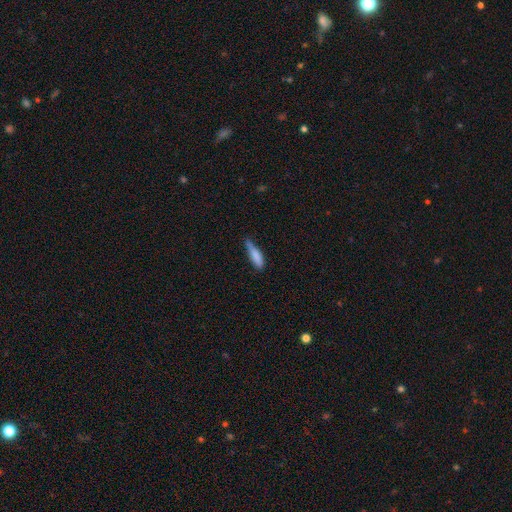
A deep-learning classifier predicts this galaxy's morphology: Smooth or featured? Predicted: smooth (p=0.81). How rounded? Predicted: cigar-shaped (p=0.68). Merging? Predicted: none (p=0.47).